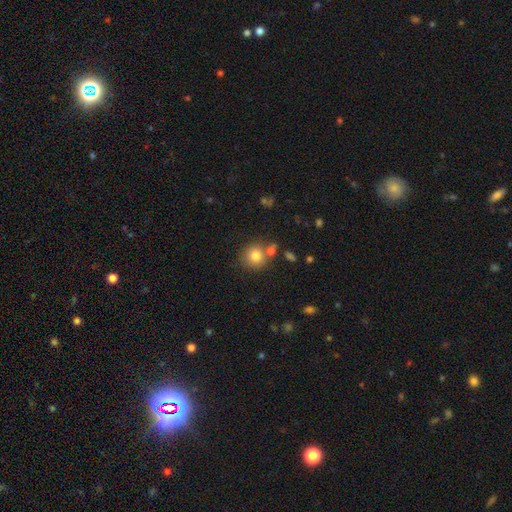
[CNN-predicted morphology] smooth-or-featured: smooth: 80% | star or artifact: 11% | featured or disk: 9%
  how-rounded: round: 89% | in between: 10% | cigar-shaped: 1%
  merging: none: 71% | merger: 15% | minor disturbance: 11% | major disturbance: 4%